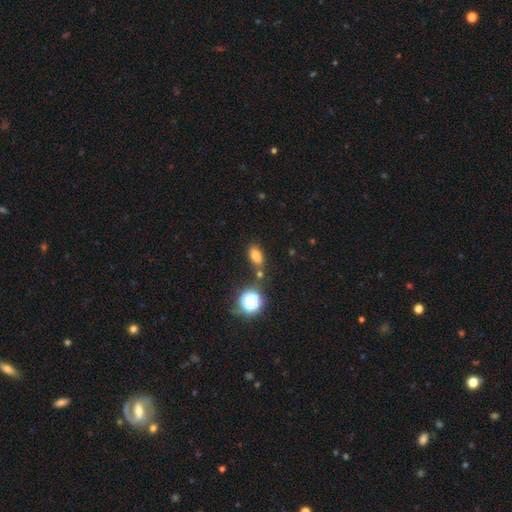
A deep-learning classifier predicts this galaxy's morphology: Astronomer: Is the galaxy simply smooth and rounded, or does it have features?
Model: smooth — 72%.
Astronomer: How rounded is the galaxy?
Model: in between — 80%.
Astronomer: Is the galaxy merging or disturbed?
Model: none — 66%.